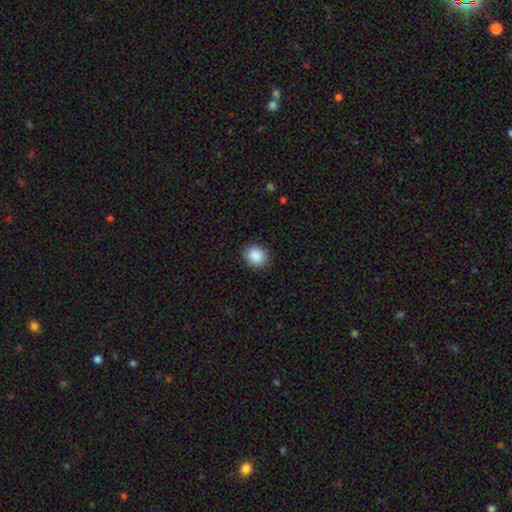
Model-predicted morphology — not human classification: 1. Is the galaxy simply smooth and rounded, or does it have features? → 89% smooth, 8% star or artifact, 3% featured or disk.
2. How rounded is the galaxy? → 61% round, 38% in between, 1% cigar-shaped.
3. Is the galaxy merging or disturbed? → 89% none, 8% minor disturbance, 2% major disturbance, 1% merger.